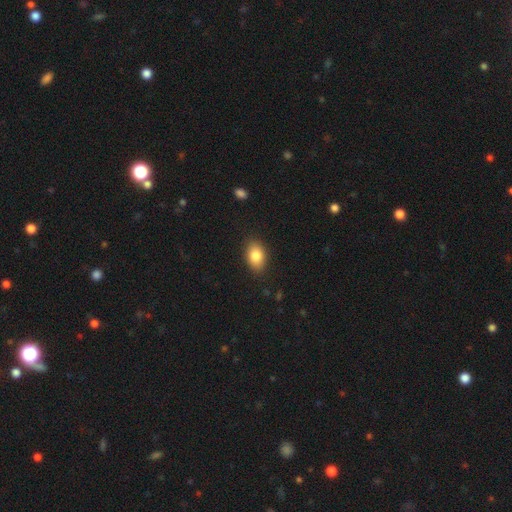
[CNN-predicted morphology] Q: Smooth or featured?
A: smooth (84%); runner-up: featured or disk (8%)
Q: How rounded?
A: in between (85%); runner-up: round (14%)
Q: Merging?
A: none (87%); runner-up: minor disturbance (10%)